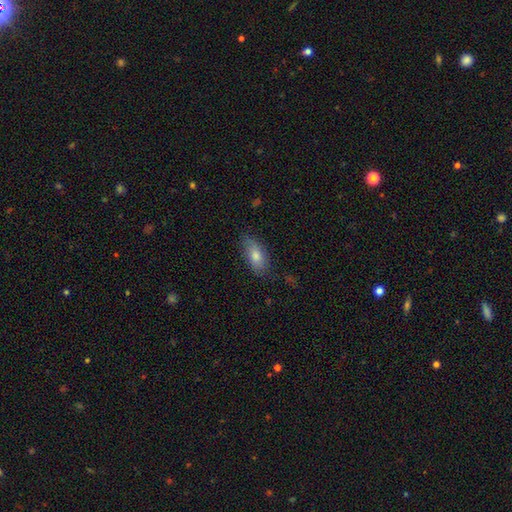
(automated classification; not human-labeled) This is likely a smooth galaxy (73%). How rounded: clearly in between (86%). Merging: likely none (76%).